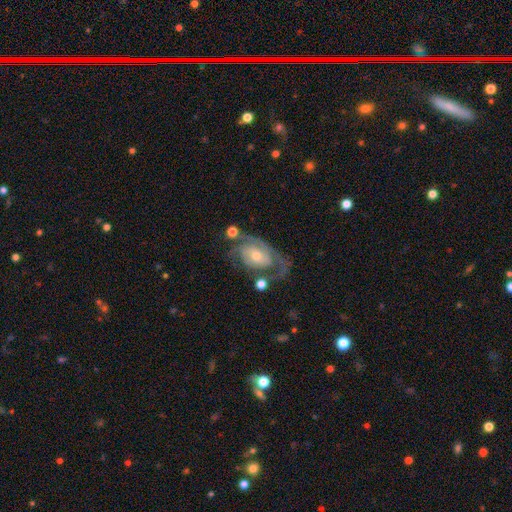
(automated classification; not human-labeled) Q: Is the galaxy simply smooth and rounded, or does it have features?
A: featured or disk — 84%.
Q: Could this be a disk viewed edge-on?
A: no — 96%.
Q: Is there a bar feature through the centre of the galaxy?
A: no — 67%.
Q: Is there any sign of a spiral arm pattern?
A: yes — 91%.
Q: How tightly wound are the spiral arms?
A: tight — 47%.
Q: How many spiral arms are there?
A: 2 — 59%.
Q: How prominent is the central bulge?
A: moderate — 48%.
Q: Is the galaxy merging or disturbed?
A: none — 52%.